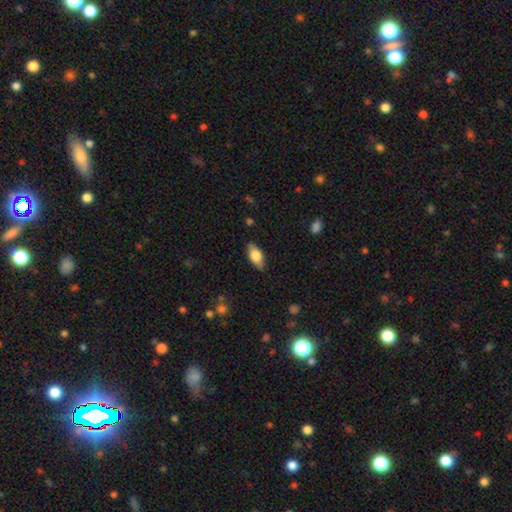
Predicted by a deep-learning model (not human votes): Smooth or featured: smooth — 73% (featured or disk — 21%)
How rounded: in between — 86% (cigar-shaped — 11%)
Merging: none — 85% (minor disturbance — 12%)